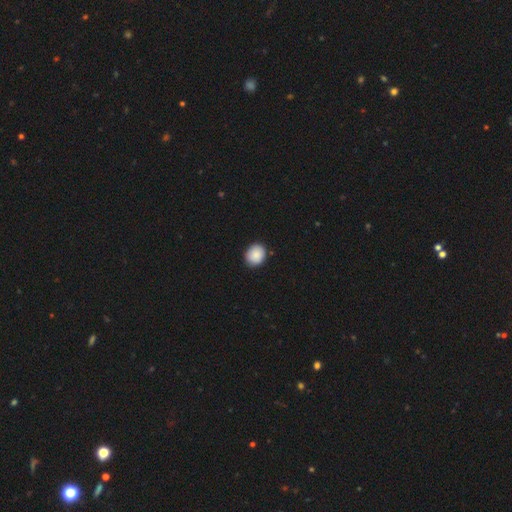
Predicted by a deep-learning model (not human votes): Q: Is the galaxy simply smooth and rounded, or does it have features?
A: smooth — 89%.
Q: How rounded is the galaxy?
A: round — 67%.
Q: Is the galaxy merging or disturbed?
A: none — 89%.